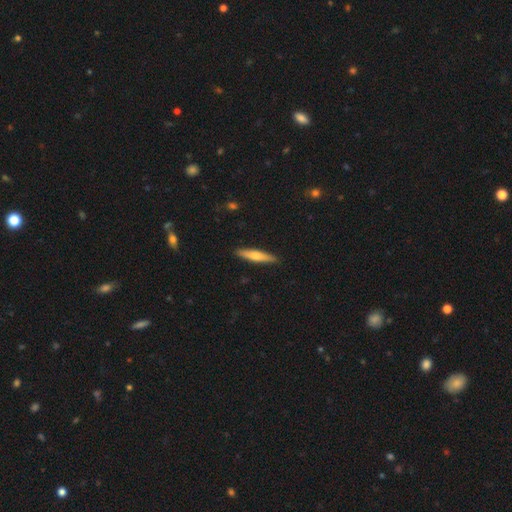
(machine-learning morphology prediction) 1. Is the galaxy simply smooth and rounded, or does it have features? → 60% smooth, 34% featured or disk, 6% star or artifact.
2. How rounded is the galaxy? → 87% cigar-shaped, 12% in between, 2% round.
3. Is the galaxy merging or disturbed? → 91% none, 7% minor disturbance, 1% major disturbance, 1% merger.